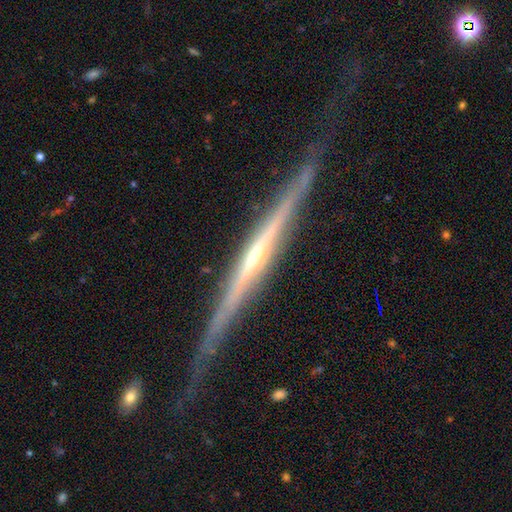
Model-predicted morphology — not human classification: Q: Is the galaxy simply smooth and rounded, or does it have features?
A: featured or disk — 85%.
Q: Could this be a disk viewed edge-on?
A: yes — 98%.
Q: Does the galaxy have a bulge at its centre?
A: rounded — 45%, tied with none.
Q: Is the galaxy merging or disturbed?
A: none — 82%.